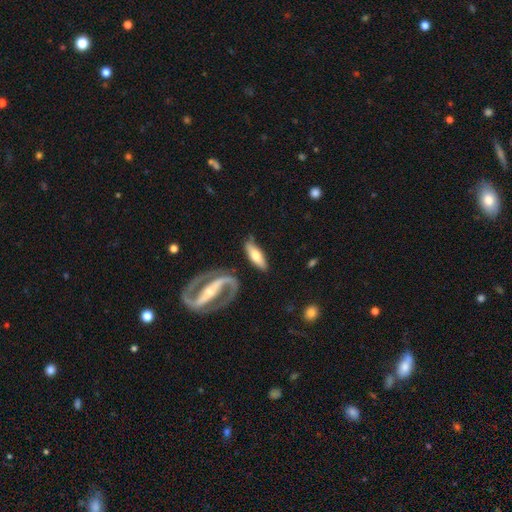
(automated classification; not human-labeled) Smooth or featured?
  - smooth: 49% *
  - featured or disk: 45%
  - star or artifact: 5%
Merging?
  - none: 75% *
  - minor disturbance: 14%
  - merger: 6%
  - major disturbance: 5%